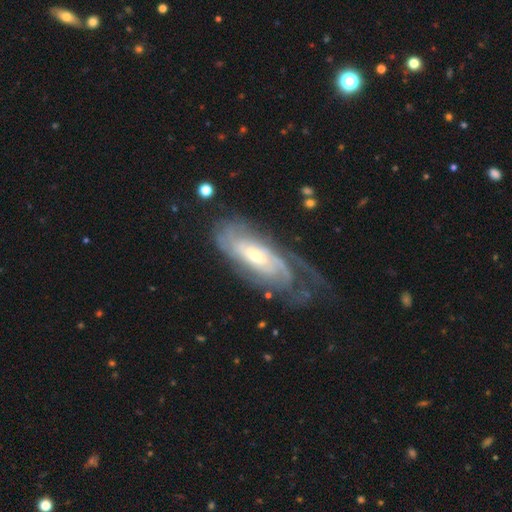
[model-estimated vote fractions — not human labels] Smooth or featured? Predicted: featured or disk (p=0.81). Edge-on disk? Predicted: no (p=0.89). Bar? Predicted: no (p=0.59). Spiral arms? Predicted: yes (p=0.92). Spiral winding? Predicted: tight (p=0.63). Spiral arm count? Predicted: can't tell (p=0.48). Bulge size? Predicted: small (p=0.49). Merging? Predicted: none (p=0.50).